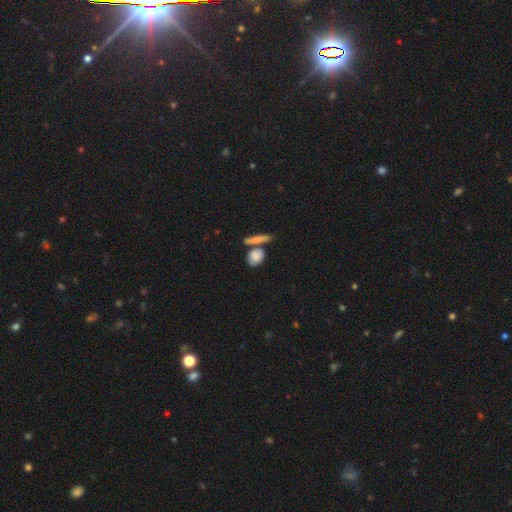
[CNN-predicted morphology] Overall: smooth (79%). How rounded: in between (46%; round 45%). Merging: none (55%; merger 28%).